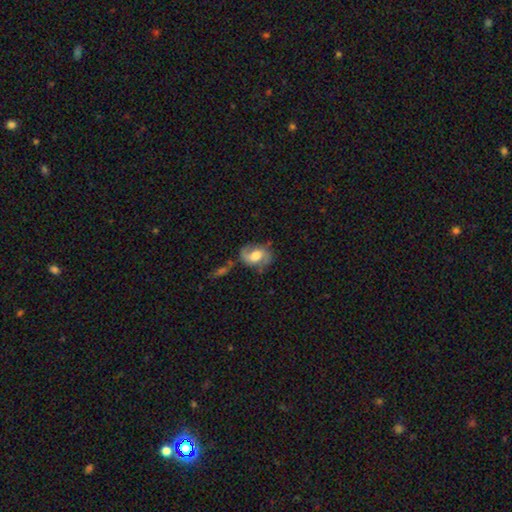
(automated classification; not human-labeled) Smooth or featured?
  - featured or disk: 66% *
  - smooth: 27%
  - star or artifact: 7%
Edge-on disk?
  - no: 97% *
  - yes: 3%
Bar?
  - no: 44% *
  - weak: 43%
  - strong: 13%
Spiral arms?
  - yes: 88% *
  - no: 12%
Spiral winding?
  - medium: 45% *
  - loose: 38%
  - tight: 17%
Spiral arm count?
  - 2: 85% *
  - 1: 6%
  - can't tell: 6%
  - 3: 1%
  - 4: 1%
  - more than 4: 1%
Bulge size?
  - moderate: 53% *
  - large: 34%
  - small: 8%
  - dominant: 3%
  - none: 2%
Merging?
  - none: 63% *
  - minor disturbance: 22%
  - major disturbance: 10%
  - merger: 5%